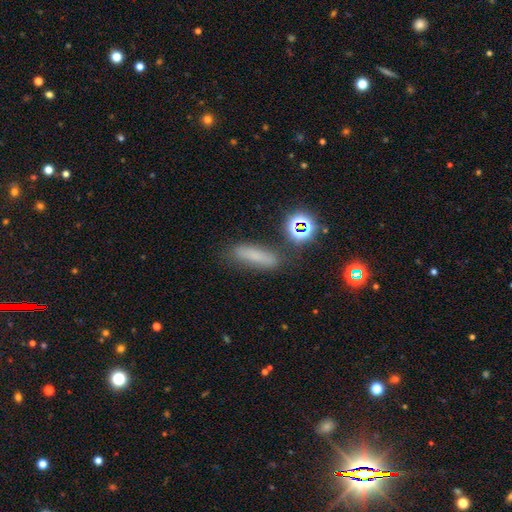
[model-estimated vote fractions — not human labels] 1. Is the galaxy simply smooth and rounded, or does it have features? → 67% smooth, 18% star or artifact, 15% featured or disk.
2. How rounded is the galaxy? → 68% cigar-shaped, 28% in between, 5% round.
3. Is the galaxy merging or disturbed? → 74% none, 16% minor disturbance, 6% major disturbance, 5% merger.